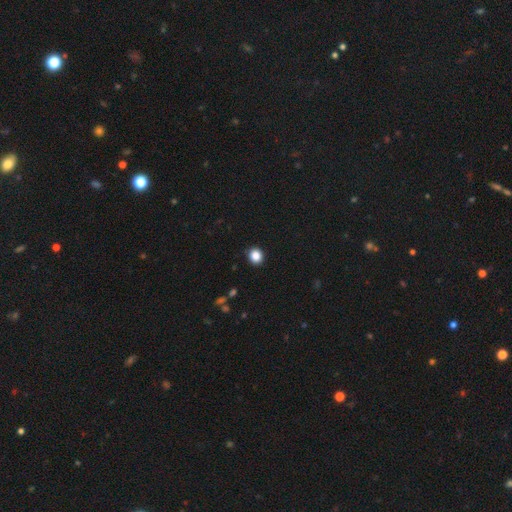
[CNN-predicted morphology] This is clearly a smooth galaxy (86%). How rounded: likely round (80%). Merging: clearly none (92%).